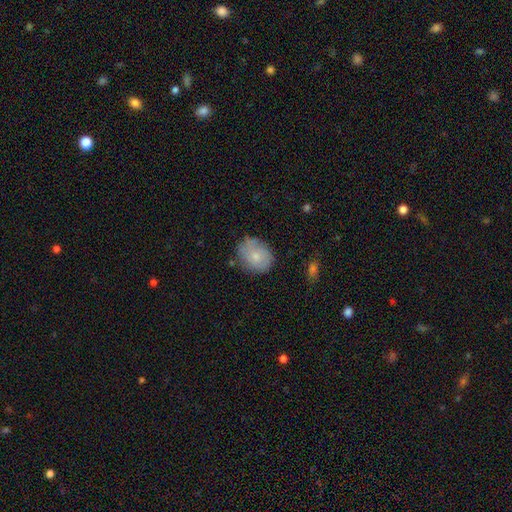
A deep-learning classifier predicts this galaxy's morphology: Smooth or featured? Predicted: smooth (p=0.73). How rounded? Predicted: round (p=0.50). Merging? Predicted: none (p=0.73).